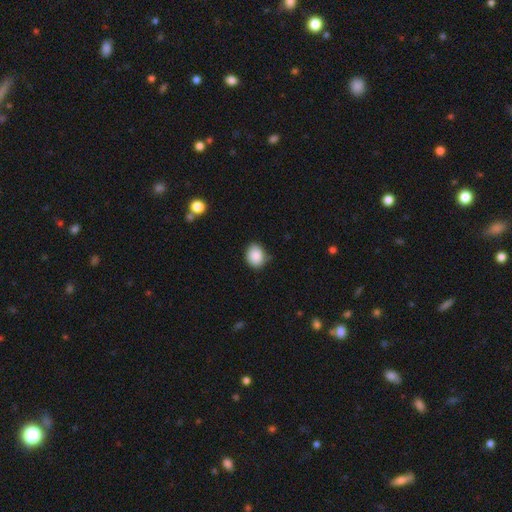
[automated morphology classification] type=smooth (88%); roundness=in between (50%); merging=none (75%).